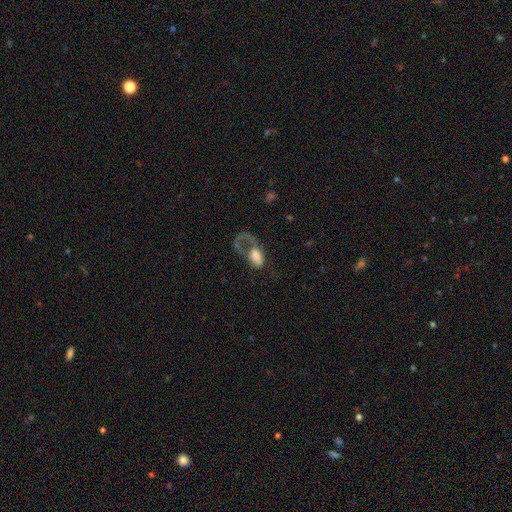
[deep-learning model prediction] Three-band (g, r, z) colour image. It shows a featured or disk galaxy (45%, tied with smooth). Merging: major disturbance (62%).